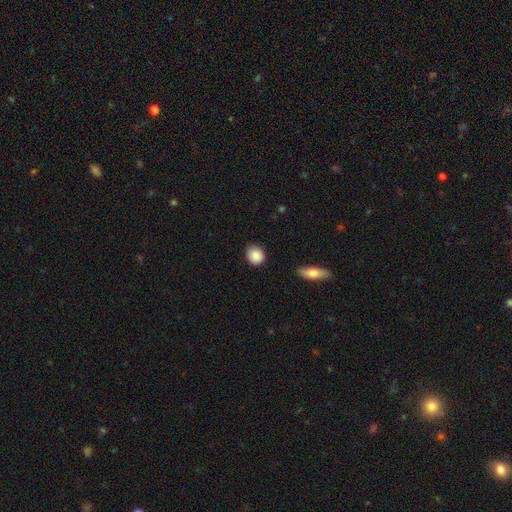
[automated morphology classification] The model was most divided on "how rounded": round: 76%, in between: 22%, cigar-shaped: 1%. More confident: smooth or featured — smooth (88%); merging — none (83%).